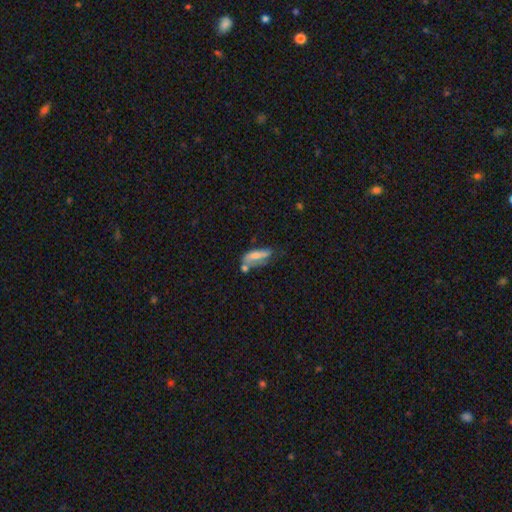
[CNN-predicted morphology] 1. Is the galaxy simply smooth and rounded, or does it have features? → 54% smooth, 38% featured or disk, 8% star or artifact.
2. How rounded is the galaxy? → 62% in between, 35% cigar-shaped, 3% round.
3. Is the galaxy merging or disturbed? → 30% none, 25% merger, 25% minor disturbance, 20% major disturbance.